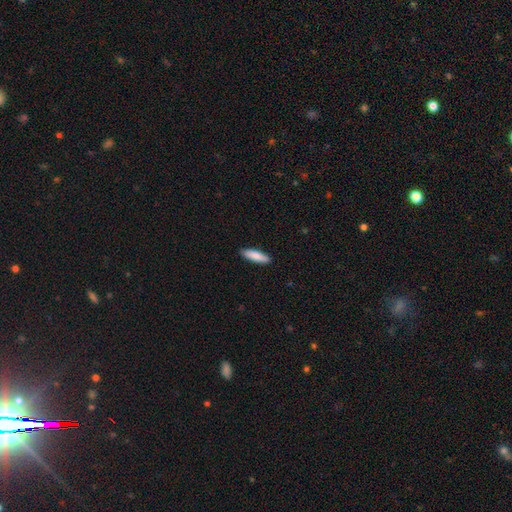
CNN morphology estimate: Smooth or featured?
  - smooth: 86% *
  - featured or disk: 9%
  - star or artifact: 5%
How rounded?
  - cigar-shaped: 57% *
  - in between: 42%
  - round: 1%
Merging?
  - none: 90% *
  - minor disturbance: 8%
  - major disturbance: 2%
  - merger: 1%